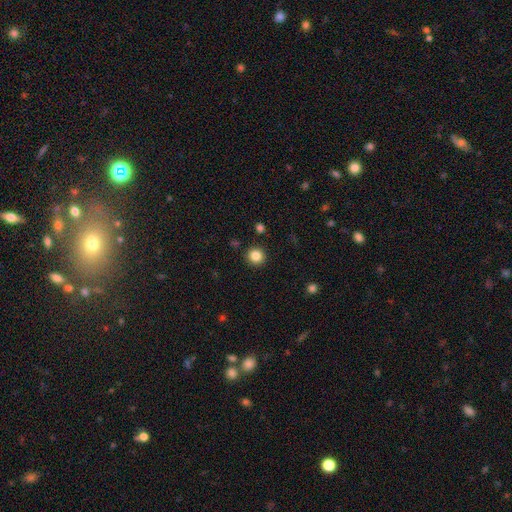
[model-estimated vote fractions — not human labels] Smooth or featured? Predicted: smooth (p=0.85). How rounded? Predicted: round (p=0.92). Merging? Predicted: none (p=0.91).